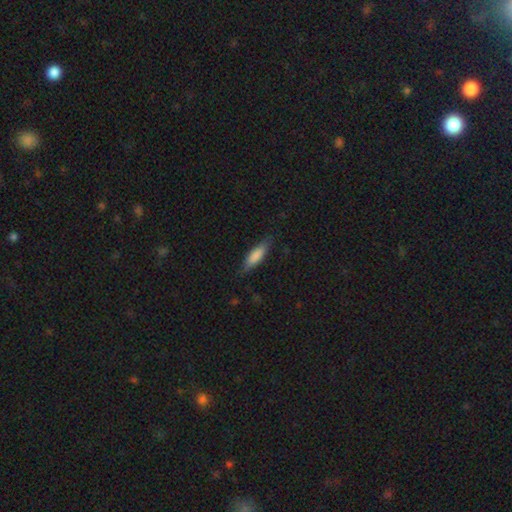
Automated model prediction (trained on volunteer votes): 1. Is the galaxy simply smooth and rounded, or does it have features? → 77% smooth, 17% featured or disk, 6% star or artifact.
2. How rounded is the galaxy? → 57% cigar-shaped, 42% in between, 2% round.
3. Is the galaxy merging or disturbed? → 79% none, 17% minor disturbance, 4% major disturbance, 1% merger.